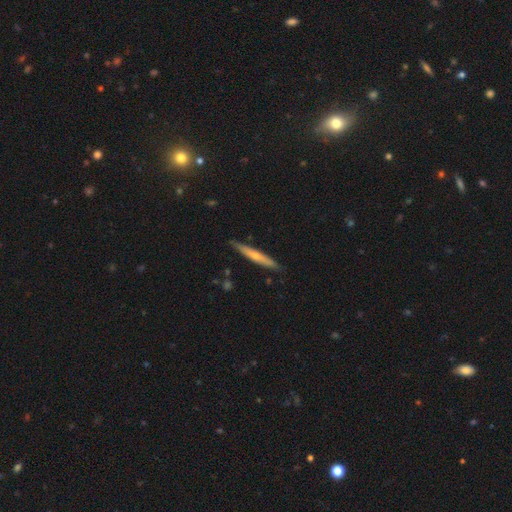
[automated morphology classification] Smooth or featured?
  - smooth: 48% *
  - featured or disk: 47%
  - star or artifact: 5%
Merging?
  - none: 86% *
  - minor disturbance: 11%
  - major disturbance: 2%
  - merger: 1%